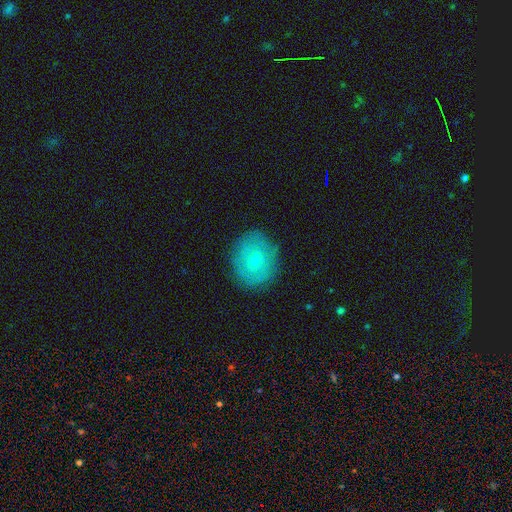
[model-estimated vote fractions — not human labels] Overall: smooth (50%; featured or disk 40%). How rounded: round (68%; in between 31%). Merging: none (85%).